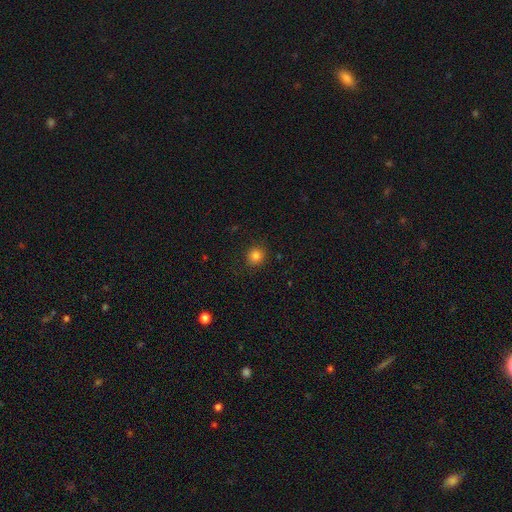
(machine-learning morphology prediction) A smooth galaxy with no disk features (82%) that is round (86%).

Vote fractions:
- Smooth or featured? smooth: 82% / star or artifact: 13% / featured or disk: 5%
- How rounded? round: 86% / in between: 13% / cigar-shaped: 1%
- Merging? none: 88% / minor disturbance: 9% / major disturbance: 3% / merger: 1%